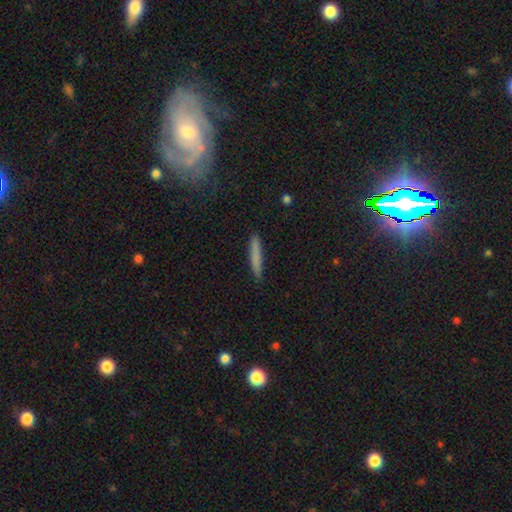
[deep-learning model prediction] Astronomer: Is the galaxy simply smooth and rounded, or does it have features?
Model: smooth — 78%.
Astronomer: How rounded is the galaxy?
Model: cigar-shaped — 94%.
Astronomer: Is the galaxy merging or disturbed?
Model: none — 87%.